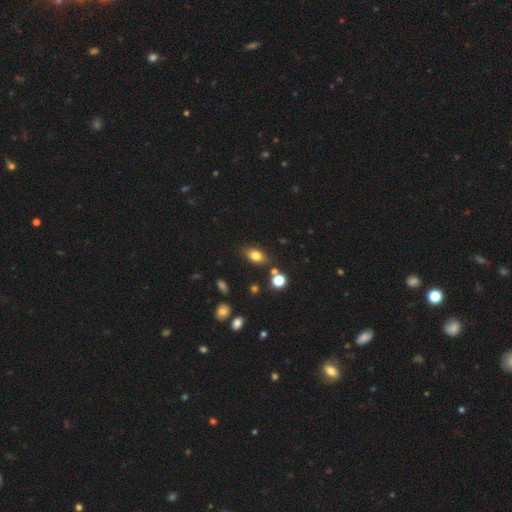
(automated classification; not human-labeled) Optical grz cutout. It shows a smooth galaxy with no disk features (78%) that is in between round and cigar-shaped (81%). Merging: none (78%).